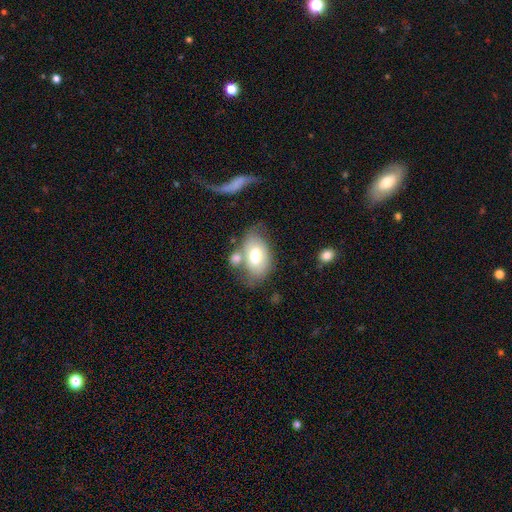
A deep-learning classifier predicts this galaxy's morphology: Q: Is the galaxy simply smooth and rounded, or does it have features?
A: smooth — 63%.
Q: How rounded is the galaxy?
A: in between — 91%.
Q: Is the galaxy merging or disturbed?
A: none — 47%.